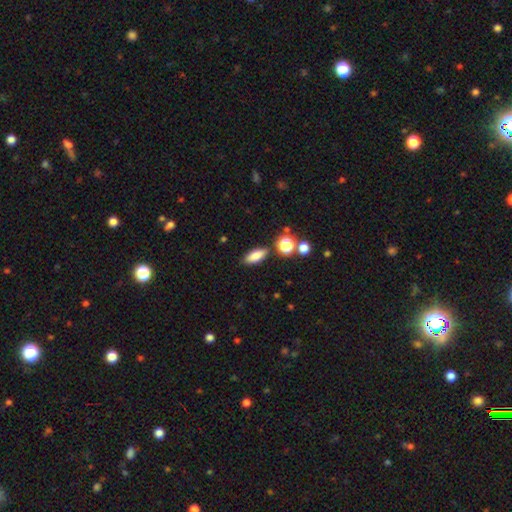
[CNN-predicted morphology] smooth-or-featured: smooth: 81% | star or artifact: 10% | featured or disk: 9%
  how-rounded: in between: 73% | cigar-shaped: 21% | round: 6%
  merging: none: 82% | minor disturbance: 10% | merger: 5% | major disturbance: 3%